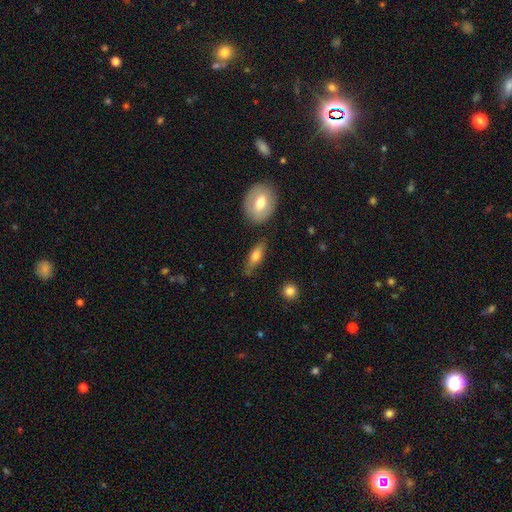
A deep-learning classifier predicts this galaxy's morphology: The model was most divided on "how rounded": in between: 63%, cigar-shaped: 31%, round: 6%. More confident: merging — none (69%); smooth or featured — smooth (68%).